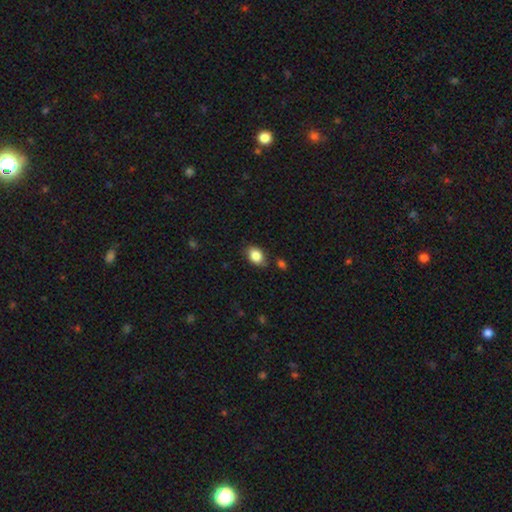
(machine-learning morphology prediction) Overall: smooth (85%). How rounded: in between (78%). Merging: none (77%).